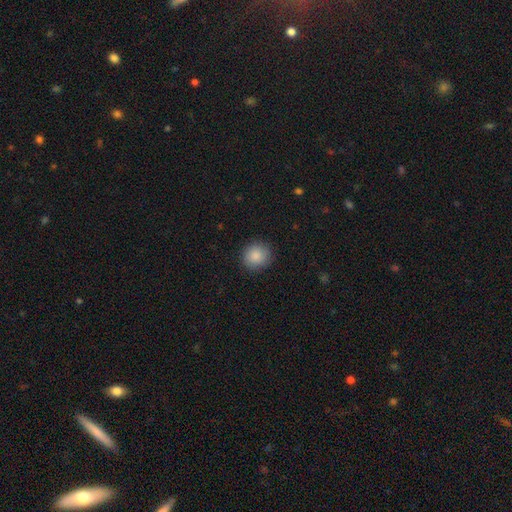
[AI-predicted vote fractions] smooth-or-featured: smooth: 88% | star or artifact: 8% | featured or disk: 4%
  how-rounded: round: 86% | in between: 13% | cigar-shaped: 1%
  merging: none: 89% | minor disturbance: 8% | major disturbance: 2% | merger: 1%